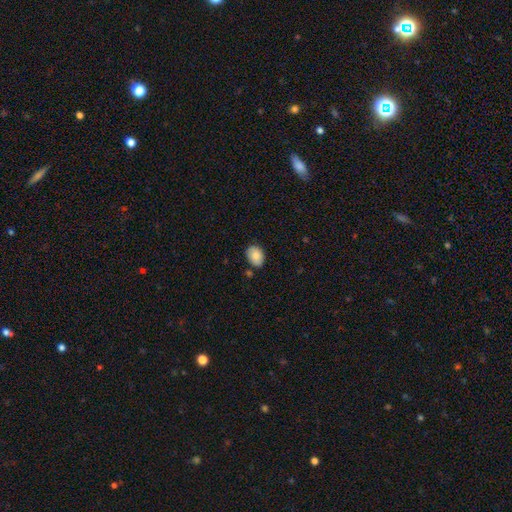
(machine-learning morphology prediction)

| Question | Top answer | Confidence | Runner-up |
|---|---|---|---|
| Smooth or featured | smooth | 84% | featured or disk (9%) |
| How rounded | in between | 75% | round (24%) |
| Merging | none | 78% | minor disturbance (15%) |